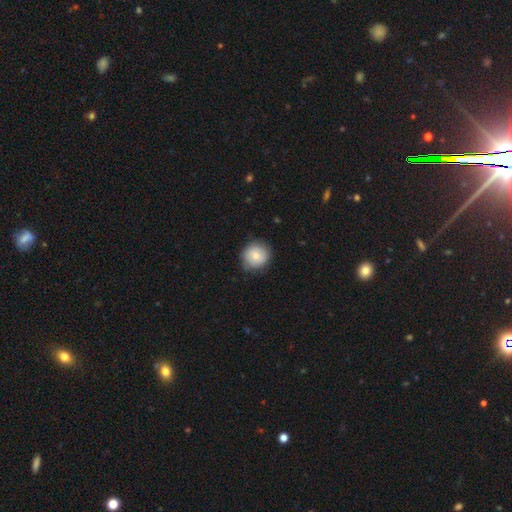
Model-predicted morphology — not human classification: type=smooth (78%); roundness=round (91%); merging=none (82%).